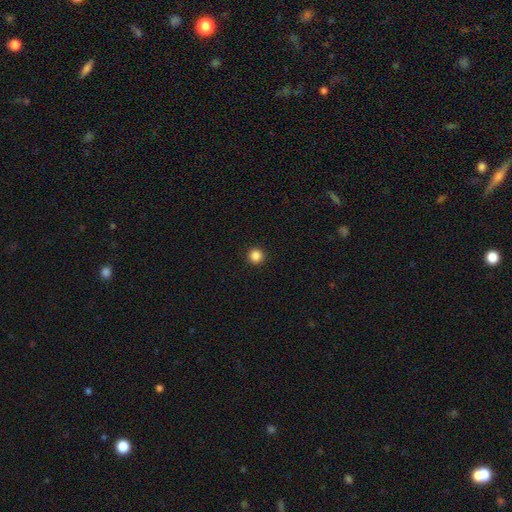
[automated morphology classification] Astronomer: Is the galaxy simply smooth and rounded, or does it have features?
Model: smooth — 86%.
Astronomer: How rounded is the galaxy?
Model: round — 96%.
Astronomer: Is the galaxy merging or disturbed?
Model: none — 94%.